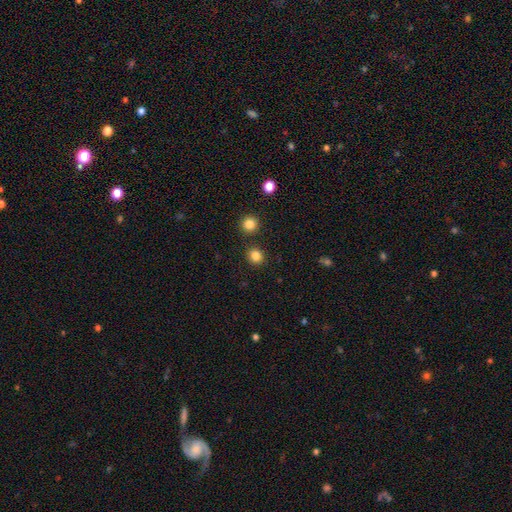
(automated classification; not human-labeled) A smooth galaxy with no disk features (83%) that is round (83%). Merging: none (87%).